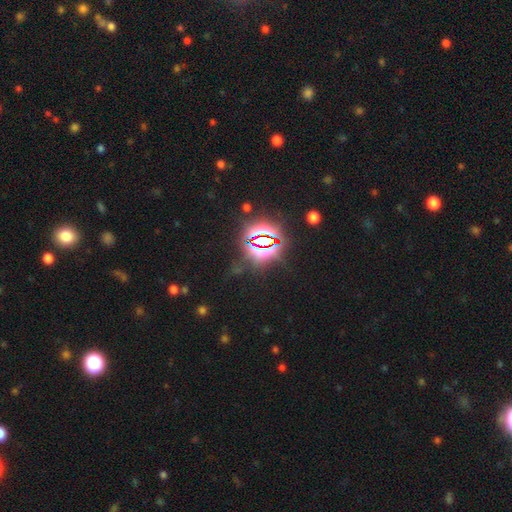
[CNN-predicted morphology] The model was most divided on "smooth or featured": star or artifact: 84%, smooth: 10%, featured or disk: 6%.